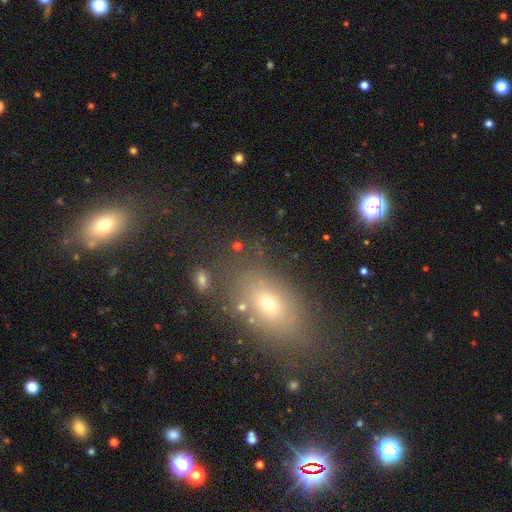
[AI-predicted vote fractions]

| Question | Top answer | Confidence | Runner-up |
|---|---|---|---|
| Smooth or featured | smooth | 57% | star or artifact (23%) |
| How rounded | in between | 76% | round (19%) |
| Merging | none | 72% | minor disturbance (14%) |